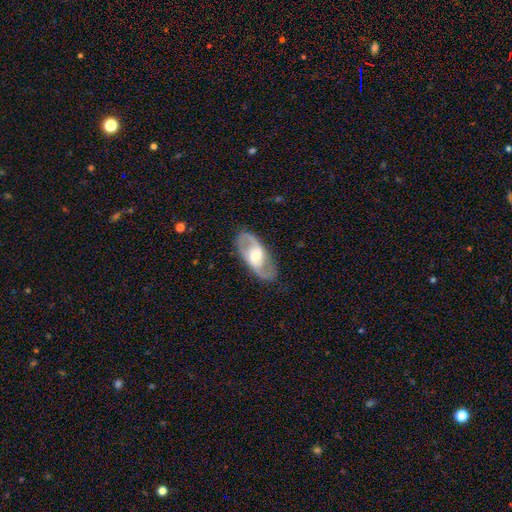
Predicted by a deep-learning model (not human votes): smooth-or-featured: featured or disk: 81% | smooth: 15% | star or artifact: 5%
  disk-edge-on: no: 93% | yes: 7%
    bar: no: 41% | weak: 40% | strong: 19%
    has-spiral-arms: yes: 87% | no: 13%
      spiral-winding: medium: 50% | loose: 31% | tight: 18%
      spiral-arm-count: 2: 89% | can't tell: 5% | 1: 2% | 3: 1% | 4: 1% | more than 4: 1%
    bulge-size: moderate: 62% | small: 28% | large: 8% | none: 1% | dominant: 1%
  merging: none: 84% | minor disturbance: 11% | major disturbance: 4% | merger: 1%